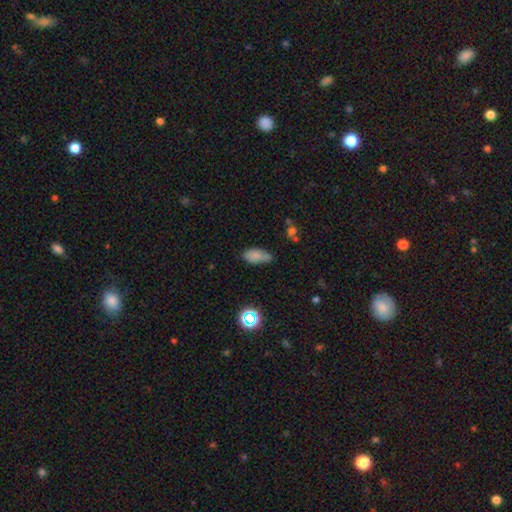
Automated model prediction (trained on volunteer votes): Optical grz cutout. It shows a smooth galaxy with no disk features (79%) that is in between round and cigar-shaped (89%). Merging: none (56%).